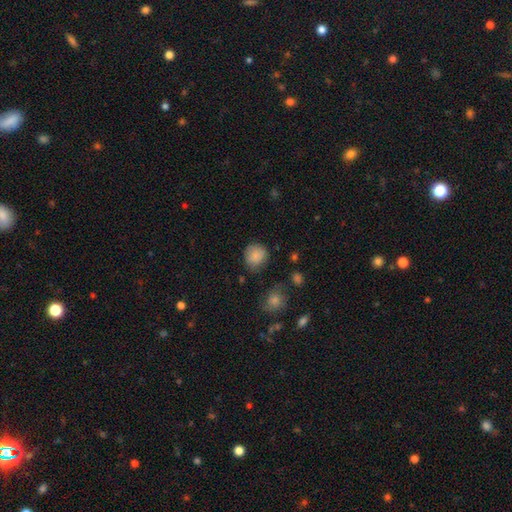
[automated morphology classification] Overall: smooth (85%). How rounded: round (82%). Merging: none (73%).